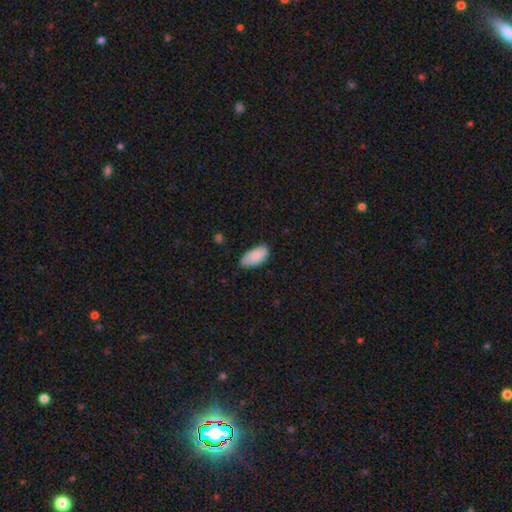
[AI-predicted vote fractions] A smooth galaxy with no disk features (85%) that is in between round and cigar-shaped (95%).

Vote fractions:
- Smooth or featured? smooth: 85% / featured or disk: 9% / star or artifact: 6%
- How rounded? in between: 95% / cigar-shaped: 3% / round: 2%
- Merging? none: 68% / minor disturbance: 27% / major disturbance: 4% / merger: 1%